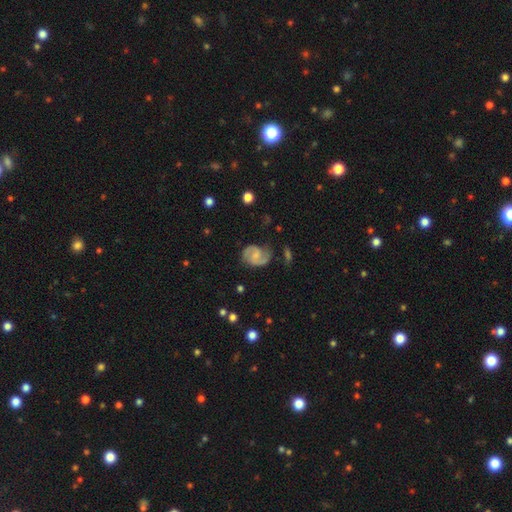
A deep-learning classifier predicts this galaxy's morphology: Smooth or featured: featured or disk — 82% (smooth — 13%)
Edge-on disk: no — 98% (yes — 2%)
Bar: no — 47% (weak — 44%)
Spiral arms: yes — 96% (no — 4%)
Spiral winding: medium — 53% (tight — 23%)
Spiral arm count: 2 — 89% (can't tell — 4%)
Bulge size: small — 52% (moderate — 25%)
Merging: none — 70% (minor disturbance — 19%)